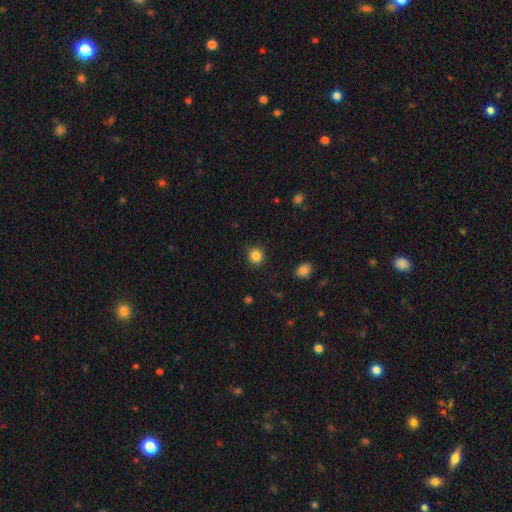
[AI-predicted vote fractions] smooth_or_featured: smooth (p=0.85) [alt: star or artifact p=0.11]
how_rounded: round (p=0.89) [alt: in between p=0.10]
merging: none (p=0.89) [alt: minor disturbance p=0.07]